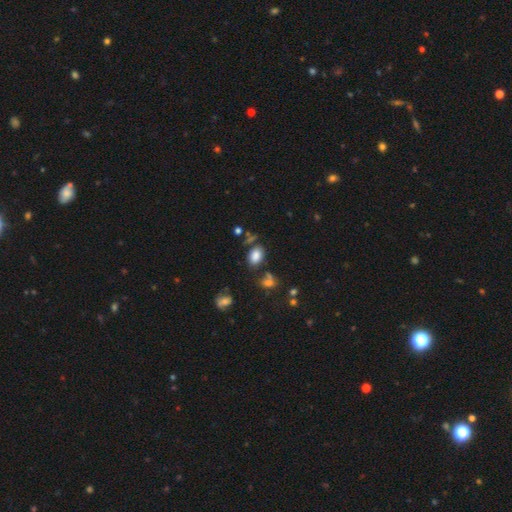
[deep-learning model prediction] This is clearly a smooth galaxy (81%). How rounded: clearly in between (81%). Merging: likely none (70%).